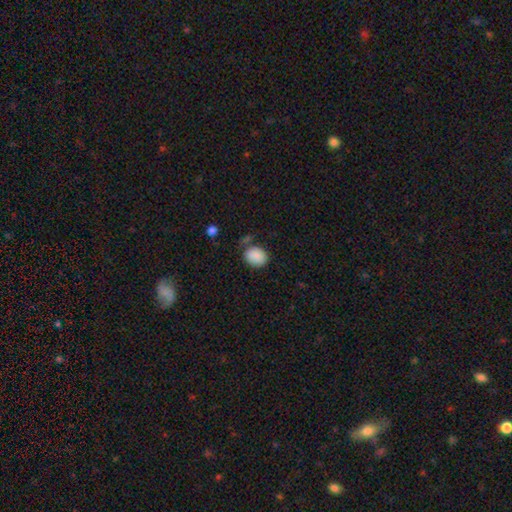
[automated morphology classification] Smooth or featured? smooth (86%)
How rounded? round (56%)
Merging? none (69%)